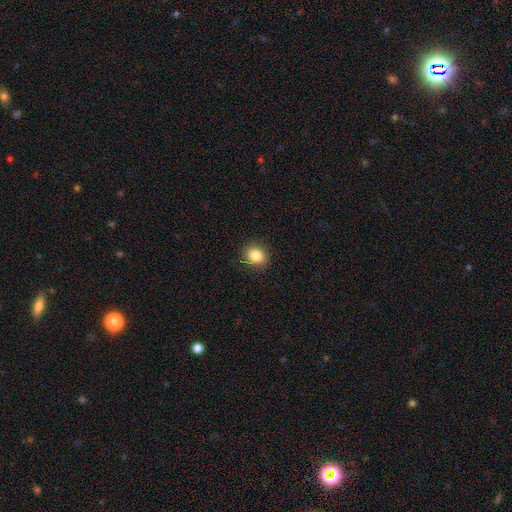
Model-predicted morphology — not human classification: Smooth or featured? smooth (84%)
How rounded? round (68%)
Merging? none (89%)